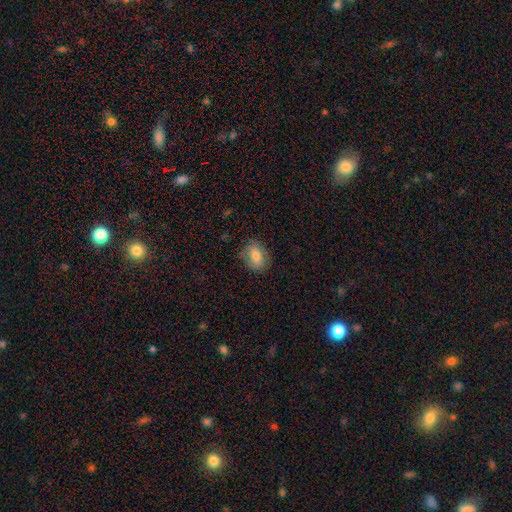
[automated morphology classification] The model was most divided on "how rounded": in between: 66%, round: 33%, cigar-shaped: 2%. More confident: merging — none (78%); smooth or featured — smooth (74%).